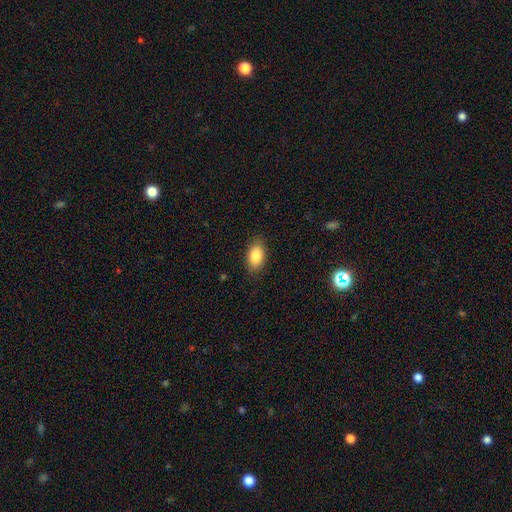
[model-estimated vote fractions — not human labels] Smooth or featured? Predicted: smooth (p=0.86). How rounded? Predicted: in between (p=0.91). Merging? Predicted: none (p=0.86).